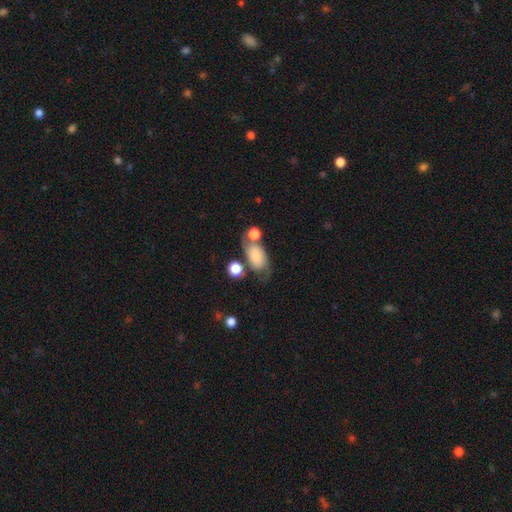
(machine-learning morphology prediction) Smooth or featured: smooth — 59% (featured or disk — 33%)
How rounded: in between — 83% (round — 13%)
Merging: none — 42% (merger — 23%)